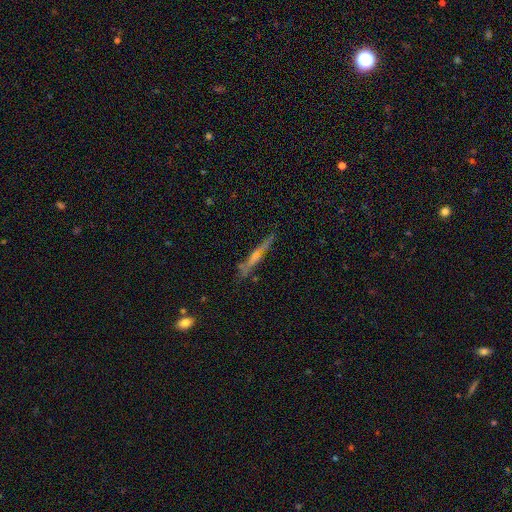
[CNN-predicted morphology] The model was most divided on "edge-on bulge": rounded: 67%, none: 27%, boxy: 7%. More confident: edge-on disk — yes (93%); merging — none (78%); smooth or featured — featured or disk (66%).